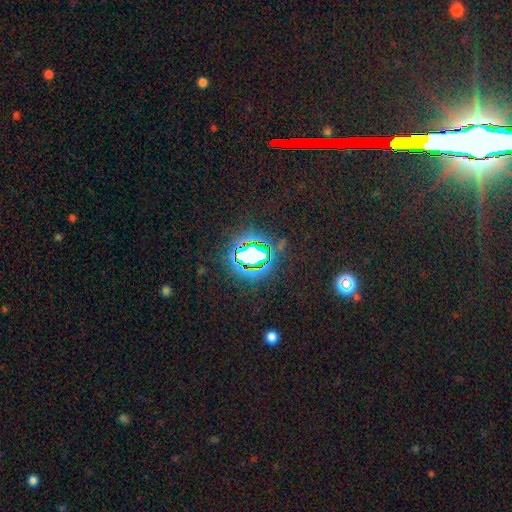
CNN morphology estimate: This is likely a star or artifact rather than a galaxy (78%).